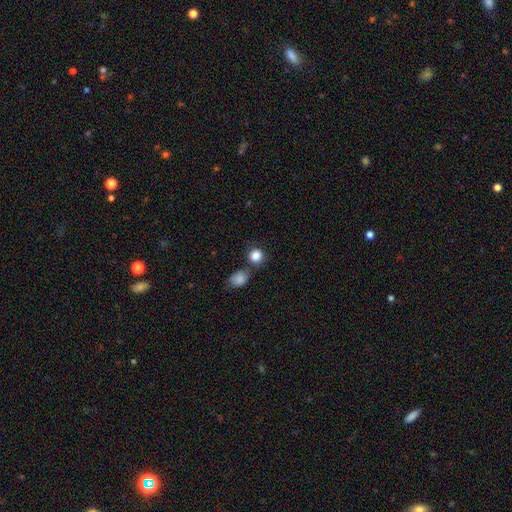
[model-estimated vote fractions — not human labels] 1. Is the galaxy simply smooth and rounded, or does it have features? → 85% smooth, 10% star or artifact, 5% featured or disk.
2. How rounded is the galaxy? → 86% round, 13% in between, 1% cigar-shaped.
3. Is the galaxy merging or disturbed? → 64% none, 21% merger, 11% minor disturbance, 4% major disturbance.